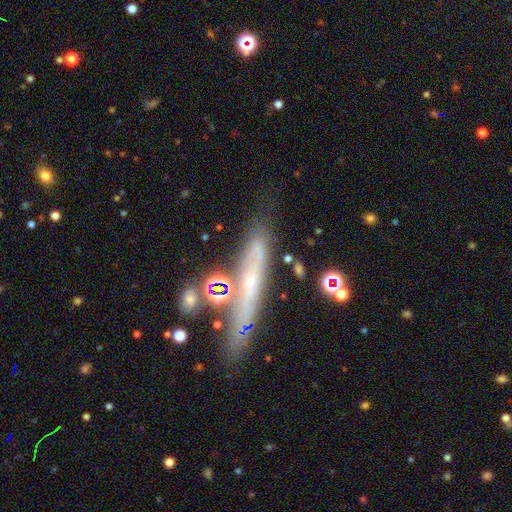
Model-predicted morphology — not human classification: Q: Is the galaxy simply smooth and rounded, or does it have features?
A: featured or disk — 54%.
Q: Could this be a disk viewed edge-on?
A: yes — 65%.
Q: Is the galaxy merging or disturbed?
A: none — 60%.